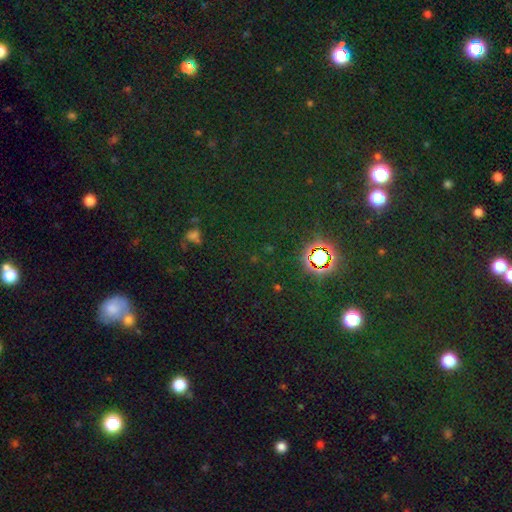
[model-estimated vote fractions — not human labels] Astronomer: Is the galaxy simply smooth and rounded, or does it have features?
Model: star or artifact — 69%.